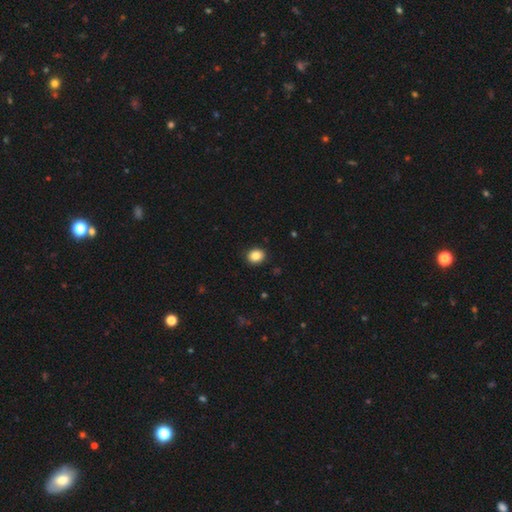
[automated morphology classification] Smooth or featured? smooth (85%)
How rounded? round (60%)
Merging? none (90%)